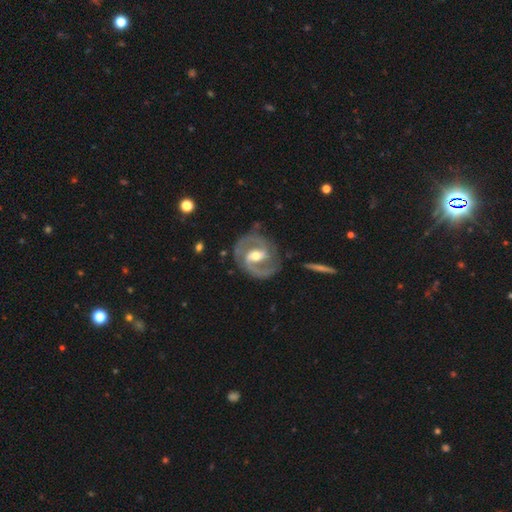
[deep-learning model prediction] Smooth or featured?
  - featured or disk: 90% *
  - smooth: 6%
  - star or artifact: 4%
Edge-on disk?
  - no: 98% *
  - yes: 2%
Bar?
  - weak: 43% *
  - strong: 40%
  - no: 17%
Spiral arms?
  - yes: 96% *
  - no: 4%
Spiral winding?
  - medium: 57% *
  - tight: 31%
  - loose: 12%
Spiral arm count?
  - 2: 92% *
  - can't tell: 2%
  - 3: 2%
  - 1: 2%
  - 4: 1%
  - more than 4: 1%
Bulge size?
  - moderate: 69% *
  - small: 24%
  - large: 5%
  - none: 1%
  - dominant: 1%
Merging?
  - none: 81% *
  - minor disturbance: 13%
  - major disturbance: 4%
  - merger: 2%